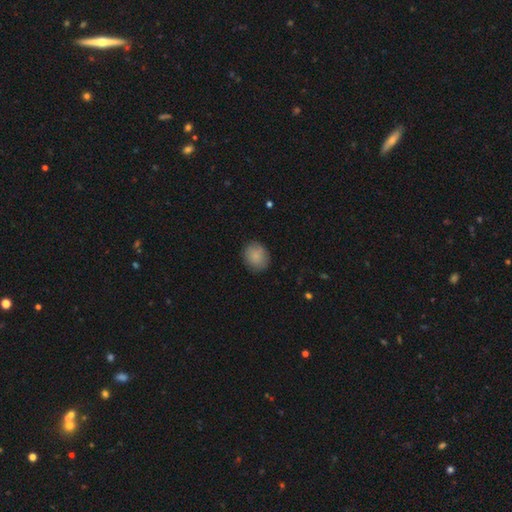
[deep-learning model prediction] smooth-or-featured: smooth: 85% | star or artifact: 8% | featured or disk: 7%
  how-rounded: round: 71% | in between: 28% | cigar-shaped: 1%
  merging: none: 84% | minor disturbance: 12% | major disturbance: 3% | merger: 1%